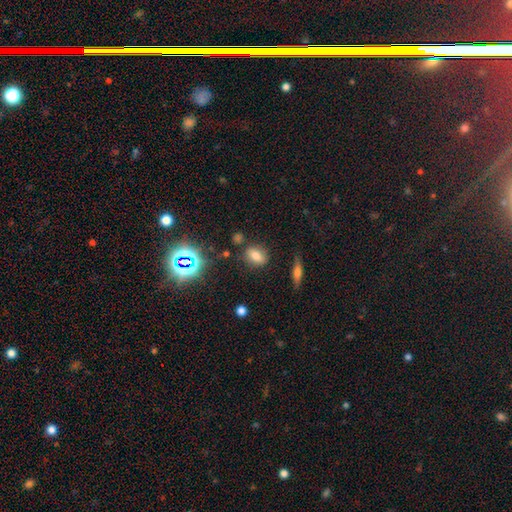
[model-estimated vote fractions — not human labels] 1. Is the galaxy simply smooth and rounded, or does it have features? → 69% smooth, 19% star or artifact, 12% featured or disk.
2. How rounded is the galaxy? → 72% in between, 25% round, 3% cigar-shaped.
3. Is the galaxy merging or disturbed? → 79% none, 12% minor disturbance, 4% merger, 4% major disturbance.